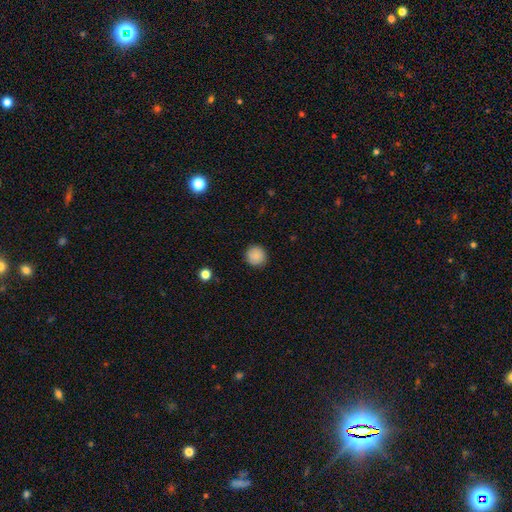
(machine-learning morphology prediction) smooth-or-featured: smooth: 87% | star or artifact: 8% | featured or disk: 4%
  how-rounded: round: 93% | in between: 6% | cigar-shaped: 1%
  merging: none: 90% | minor disturbance: 7% | major disturbance: 2% | merger: 1%